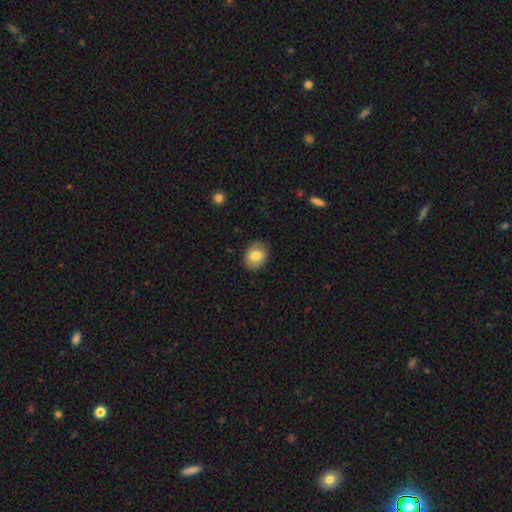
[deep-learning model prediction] smooth 80%, featured or disk 12%, star or artifact 8%. Down the decision tree: how rounded — in between (56%); merging — none (87%).